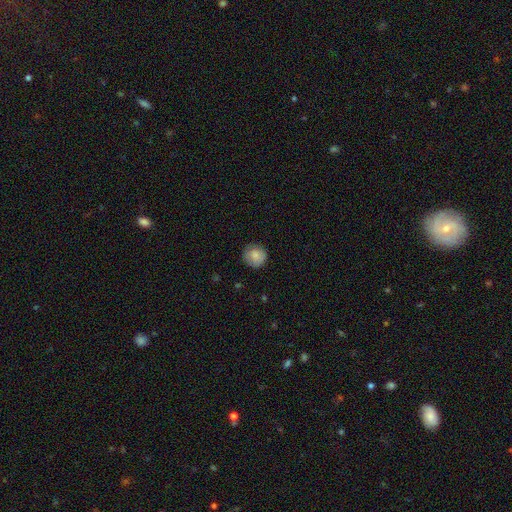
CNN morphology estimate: Overall: smooth (83%). How rounded: round (92%). Merging: none (82%).